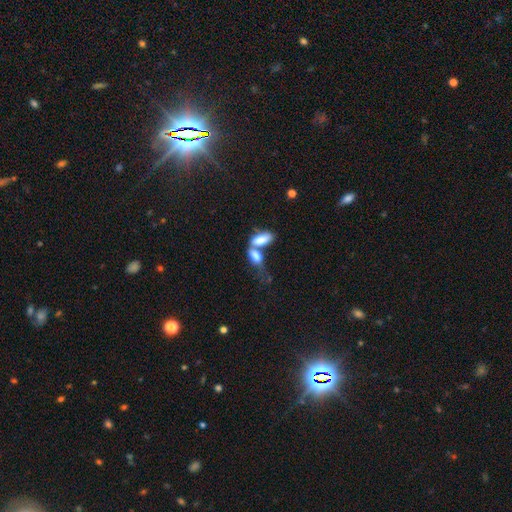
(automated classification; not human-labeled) smooth 76%, featured or disk 16%, star or artifact 8%. Down the decision tree: how rounded — in between (84%); merging — merger (65%).